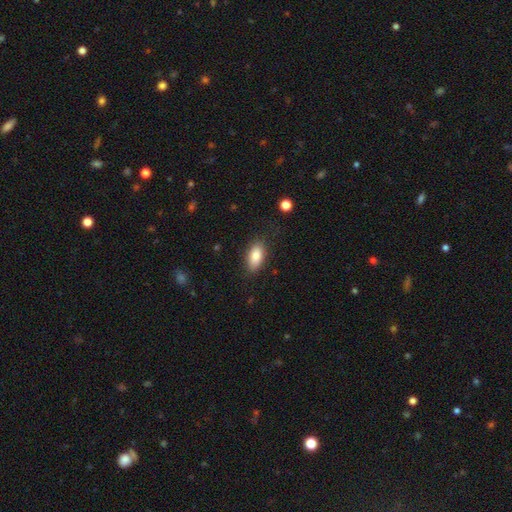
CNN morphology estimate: smooth-or-featured: smooth: 84% | featured or disk: 9% | star or artifact: 7%
  how-rounded: in between: 91% | cigar-shaped: 5% | round: 4%
  merging: none: 82% | minor disturbance: 13% | major disturbance: 3% | merger: 1%